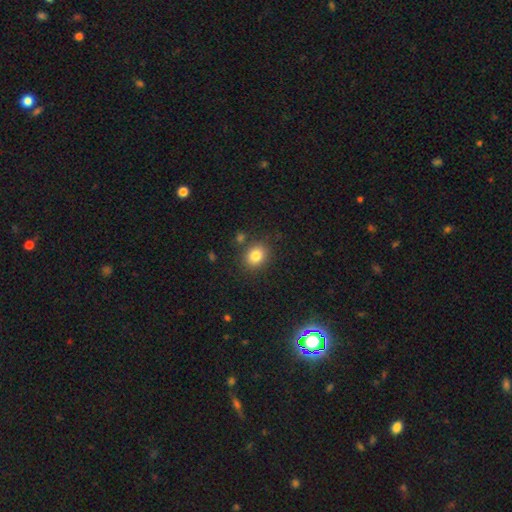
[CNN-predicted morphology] smooth 82%, star or artifact 11%, featured or disk 7%. Down the decision tree: how rounded — round (62%); merging — none (82%).